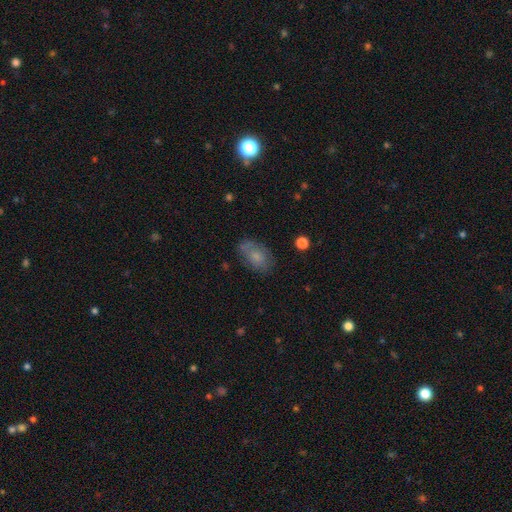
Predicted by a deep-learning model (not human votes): Smooth or featured: smooth — 68% (featured or disk — 23%)
How rounded: in between — 89% (round — 9%)
Merging: none — 66% (minor disturbance — 23%)